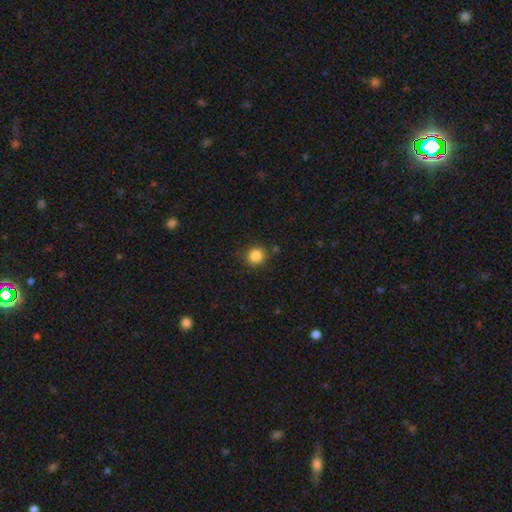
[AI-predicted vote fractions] smooth_or_featured: smooth (p=0.85) [alt: star or artifact p=0.11]
how_rounded: round (p=0.90) [alt: in between p=0.09]
merging: none (p=0.86) [alt: minor disturbance p=0.09]